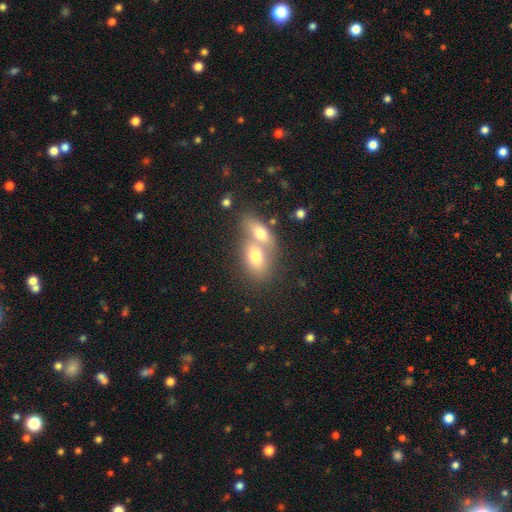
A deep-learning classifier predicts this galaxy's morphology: Q: Smooth or featured?
A: smooth (69%); runner-up: featured or disk (23%)
Q: How rounded?
A: in between (79%); runner-up: round (13%)
Q: Merging?
A: merger (70%); runner-up: none (21%)